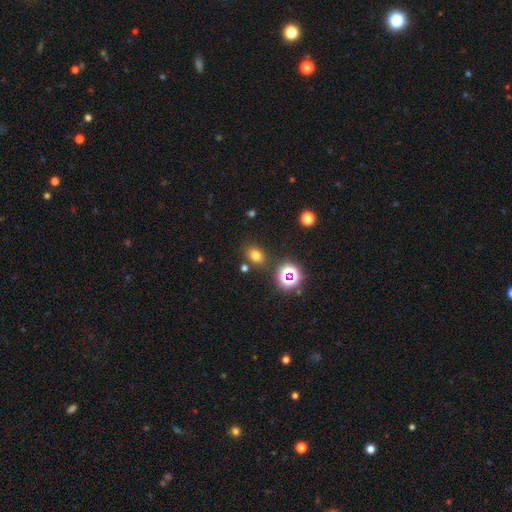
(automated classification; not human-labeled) Overall: smooth (70%). How rounded: in between (55%; round 44%). Merging: none (81%).